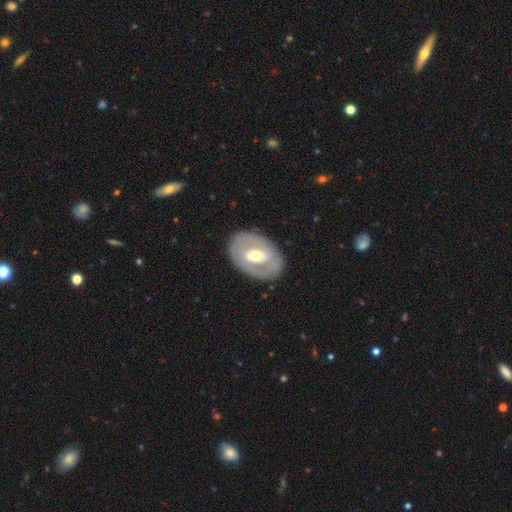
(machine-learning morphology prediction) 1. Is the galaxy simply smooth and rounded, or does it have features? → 63% featured or disk, 32% smooth, 5% star or artifact.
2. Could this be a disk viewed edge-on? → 92% no, 8% yes.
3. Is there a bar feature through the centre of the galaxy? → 44% no, 33% weak, 22% strong.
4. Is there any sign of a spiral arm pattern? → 76% no, 24% yes.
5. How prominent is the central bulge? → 66% moderate, 23% small, 9% large, 1% dominant, 1% none.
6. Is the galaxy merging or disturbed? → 83% none, 11% minor disturbance, 5% major disturbance, 1% merger.